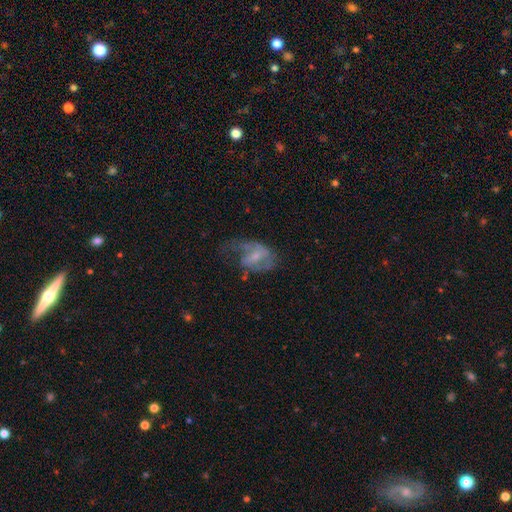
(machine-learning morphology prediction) Smooth or featured?
  - featured or disk: 65% *
  - smooth: 27%
  - star or artifact: 8%
Edge-on disk?
  - no: 97% *
  - yes: 3%
Bar?
  - weak: 48% *
  - no: 39%
  - strong: 14%
Spiral arms?
  - yes: 70% *
  - no: 30%
Bulge size?
  - small: 46% *
  - moderate: 34%
  - none: 16%
  - large: 3%
  - dominant: 1%
Merging?
  - major disturbance: 44% *
  - none: 29%
  - minor disturbance: 23%
  - merger: 3%